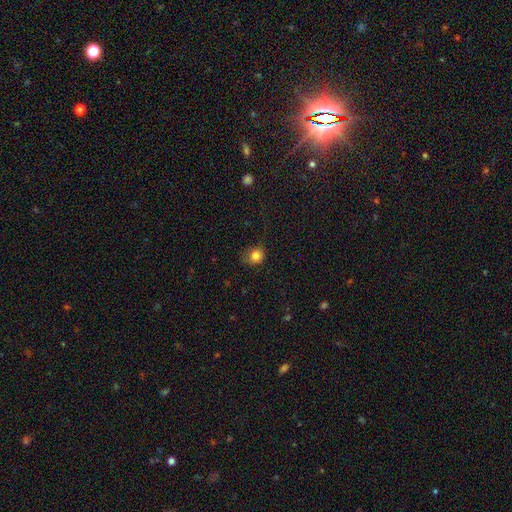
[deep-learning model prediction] This appears to be a smooth galaxy with no disk features (82%) that is round (75%). Merging: none (65%).